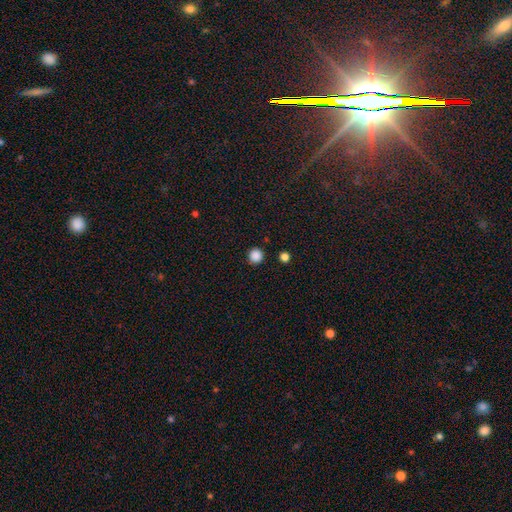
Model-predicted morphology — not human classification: type=smooth (86%); roundness=round (95%); merging=none (90%).